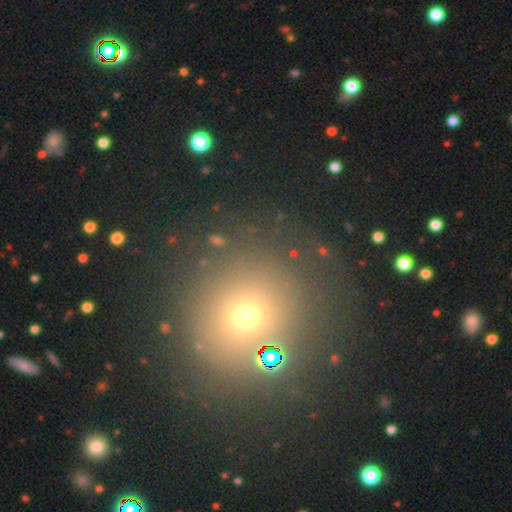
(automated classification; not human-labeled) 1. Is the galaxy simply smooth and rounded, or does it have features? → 57% smooth, 34% star or artifact, 9% featured or disk.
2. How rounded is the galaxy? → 92% round, 7% in between, 1% cigar-shaped.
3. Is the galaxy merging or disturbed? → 84% none, 7% minor disturbance, 5% merger, 4% major disturbance.